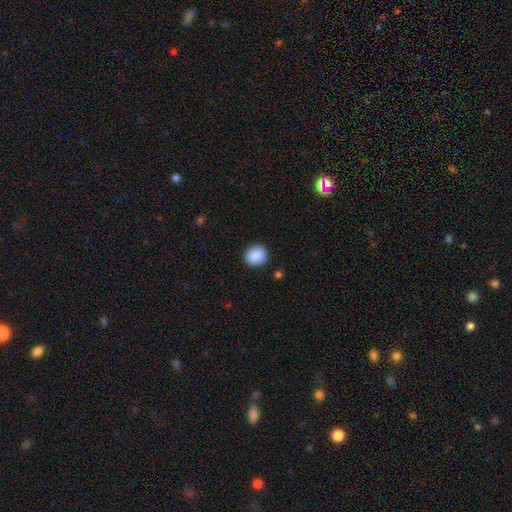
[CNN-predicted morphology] Q: Smooth or featured?
A: smooth (89%); runner-up: star or artifact (8%)
Q: How rounded?
A: round (75%); runner-up: in between (24%)
Q: Merging?
A: none (89%); runner-up: minor disturbance (7%)